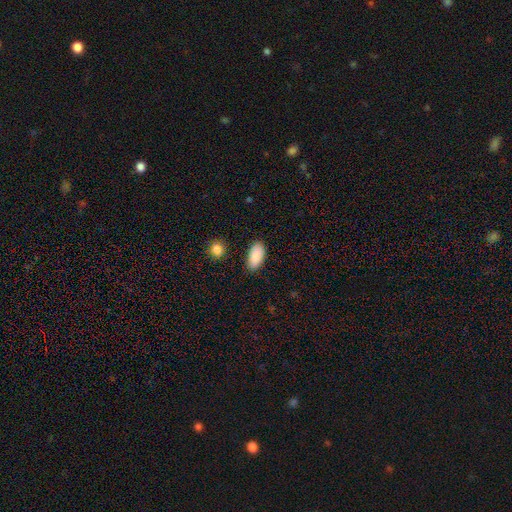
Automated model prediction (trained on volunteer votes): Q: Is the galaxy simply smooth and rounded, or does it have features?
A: smooth — 89%.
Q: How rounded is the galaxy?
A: in between — 93%.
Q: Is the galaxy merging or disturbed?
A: none — 85%.